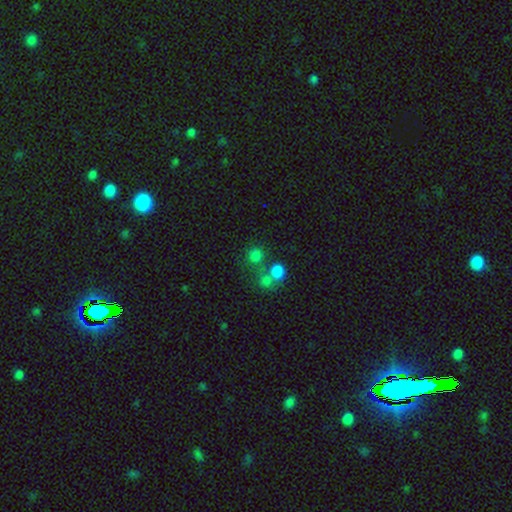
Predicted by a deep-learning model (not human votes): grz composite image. It shows a smooth galaxy with no disk features (75%) that is round (87%). Merging: none (61%).